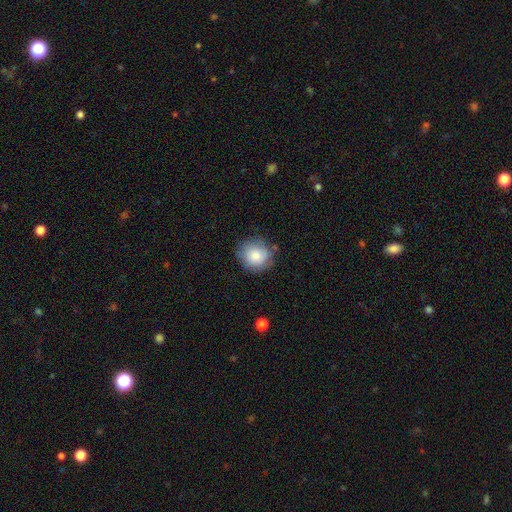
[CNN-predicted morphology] type=smooth (81%); roundness=round (82%); merging=none (75%).